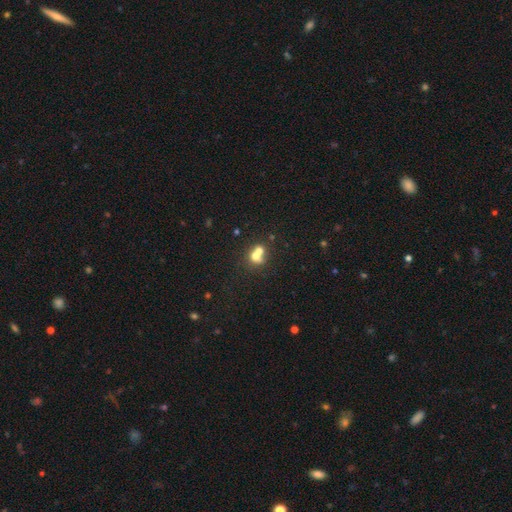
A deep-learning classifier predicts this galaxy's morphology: Overall: smooth (64%). How rounded: round (71%). Merging: merger (63%; none 27%).